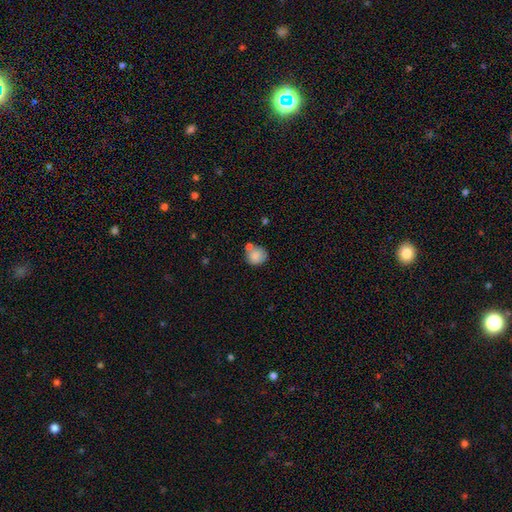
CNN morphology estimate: Q: Smooth or featured?
A: smooth (83%); runner-up: featured or disk (9%)
Q: How rounded?
A: round (79%); runner-up: in between (20%)
Q: Merging?
A: none (57%); runner-up: merger (21%)